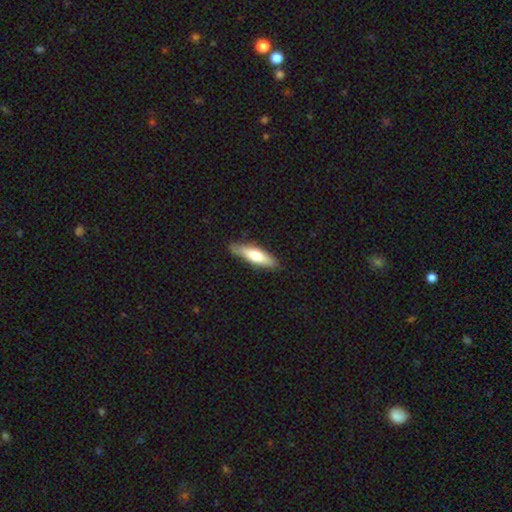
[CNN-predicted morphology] This appears to be a smooth galaxy with no disk features (64%) that is cigar-shaped (63%). Merging: none (82%).